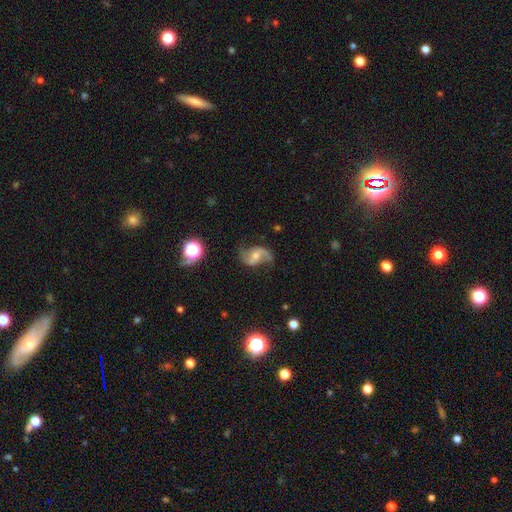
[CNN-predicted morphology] Smooth or featured: featured or disk — 86% (smooth — 8%)
Edge-on disk: no — 97% (yes — 3%)
Bar: no — 43% (weak — 42%)
Spiral arms: yes — 96% (no — 4%)
Spiral winding: loose — 66% (medium — 28%)
Spiral arm count: 2 — 93% (can't tell — 2%)
Bulge size: moderate — 57% (small — 35%)
Merging: none — 75% (minor disturbance — 16%)